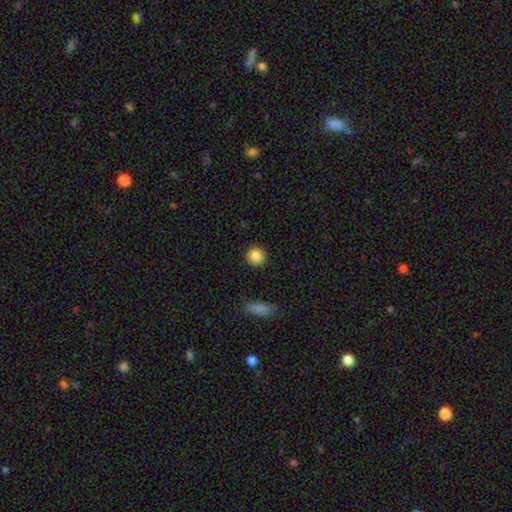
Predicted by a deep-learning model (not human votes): Smooth or featured?
  - smooth: 85% *
  - star or artifact: 9%
  - featured or disk: 6%
How rounded?
  - round: 92% *
  - in between: 7%
  - cigar-shaped: 1%
Merging?
  - none: 89% *
  - minor disturbance: 8%
  - major disturbance: 2%
  - merger: 2%